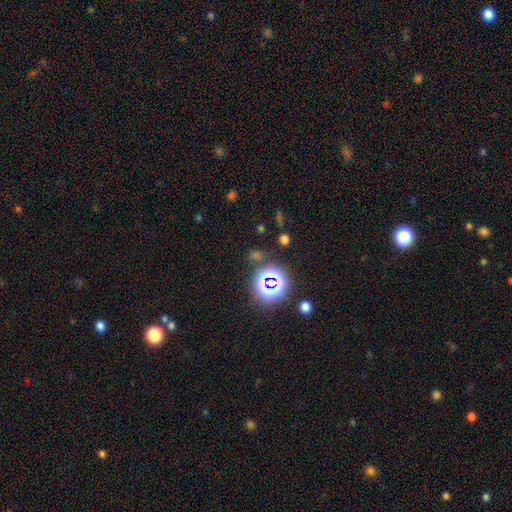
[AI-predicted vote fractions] This is likely a star or artifact rather than a galaxy (65%).